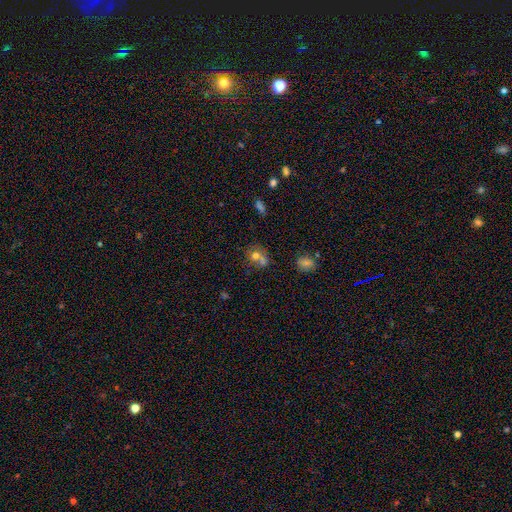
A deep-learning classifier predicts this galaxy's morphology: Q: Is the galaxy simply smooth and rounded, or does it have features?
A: smooth — 67%.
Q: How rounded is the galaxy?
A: round — 71%.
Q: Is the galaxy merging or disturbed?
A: merger — 50%.